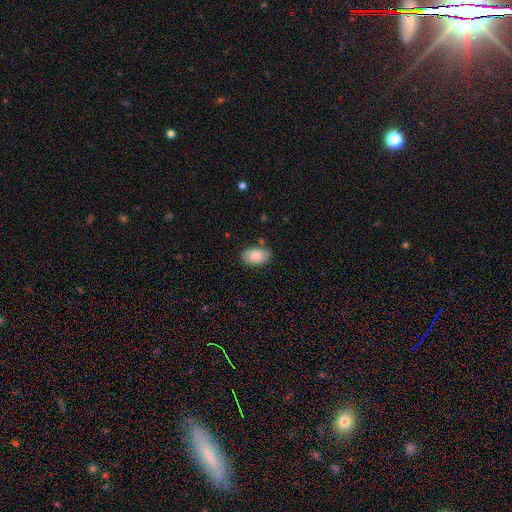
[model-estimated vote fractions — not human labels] The model was most divided on "merging": none: 83%, minor disturbance: 12%, major disturbance: 3%, merger: 2%. More confident: how rounded — in between (90%); smooth or featured — smooth (84%).